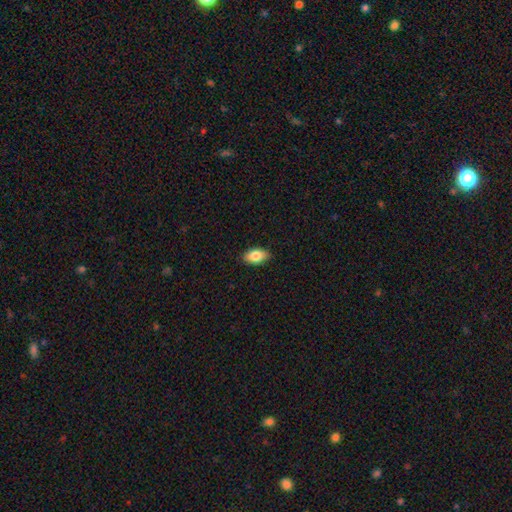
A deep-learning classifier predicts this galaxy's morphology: This is clearly a smooth galaxy (82%). How rounded: clearly in between (91%). Merging: clearly none (88%).